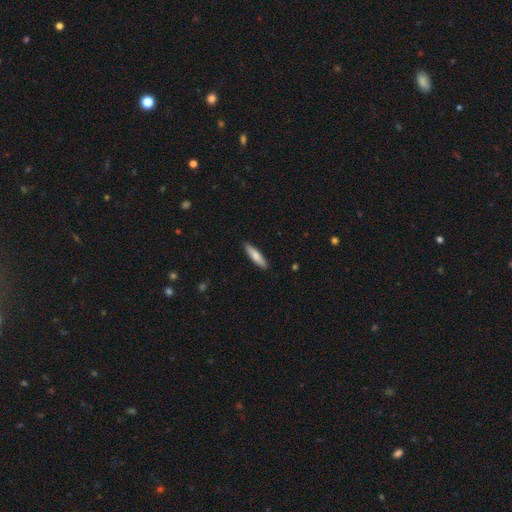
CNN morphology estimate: smooth-or-featured: smooth: 73% | featured or disk: 22% | star or artifact: 5%
  how-rounded: cigar-shaped: 80% | in between: 19% | round: 1%
  merging: none: 90% | minor disturbance: 7% | major disturbance: 1% | merger: 1%